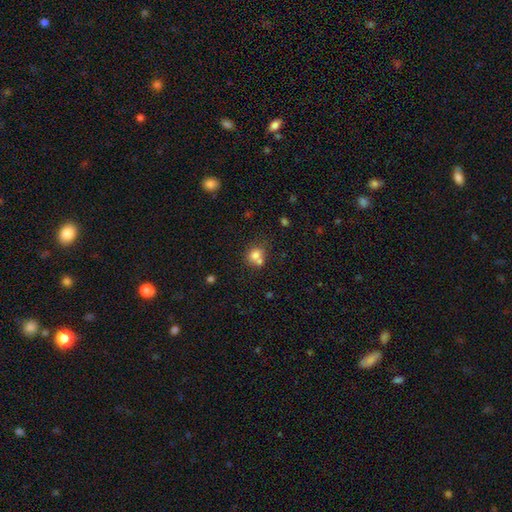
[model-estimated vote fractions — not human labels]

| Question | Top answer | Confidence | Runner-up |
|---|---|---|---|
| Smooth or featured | smooth | 74% | featured or disk (13%) |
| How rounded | round | 71% | in between (28%) |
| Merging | none | 43% | merger (42%) |